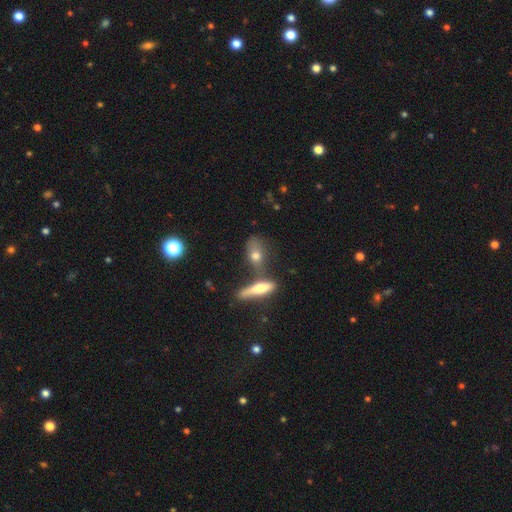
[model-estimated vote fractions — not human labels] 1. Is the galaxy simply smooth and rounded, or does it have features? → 63% smooth, 27% featured or disk, 10% star or artifact.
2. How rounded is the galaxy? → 65% in between, 21% cigar-shaped, 14% round.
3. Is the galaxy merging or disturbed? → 44% none, 34% merger, 14% minor disturbance, 8% major disturbance.